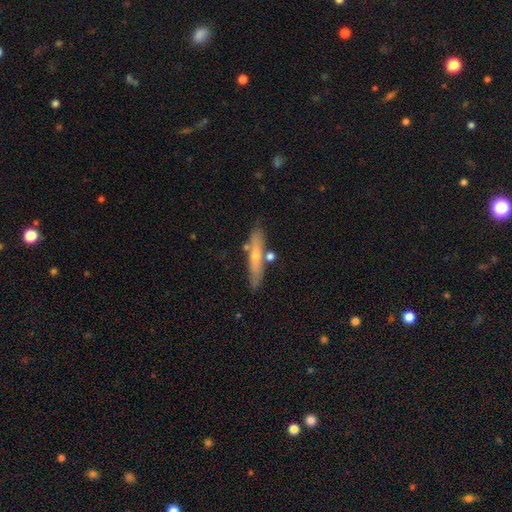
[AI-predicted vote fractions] Q: Smooth or featured?
A: smooth (50%); runner-up: featured or disk (43%)
Q: How rounded?
A: cigar-shaped (86%); runner-up: in between (12%)
Q: Merging?
A: none (76%); runner-up: minor disturbance (13%)